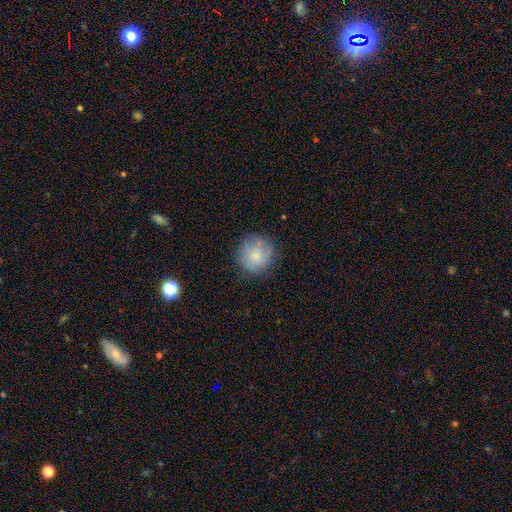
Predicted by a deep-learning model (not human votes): A smooth galaxy with no disk features (79%) that is round (95%). Merging: none (79%).